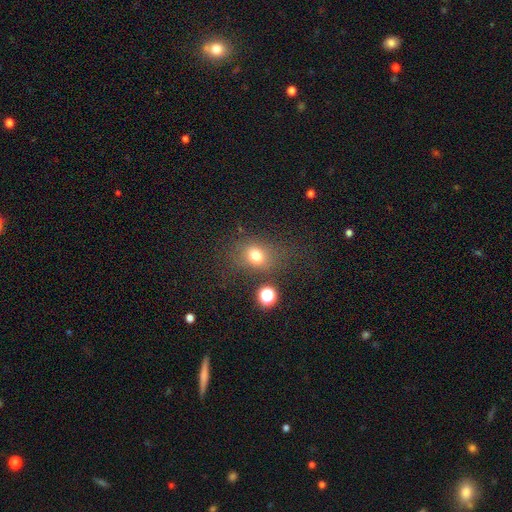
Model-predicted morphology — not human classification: This appears to be a smooth galaxy with no disk features (73%) that is round (57%). Merging: none (69%).